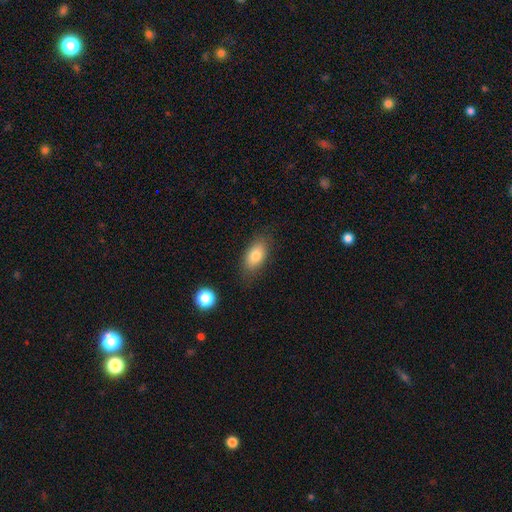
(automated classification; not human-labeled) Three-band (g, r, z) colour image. It shows a smooth galaxy with no disk features (79%) that is in between round and cigar-shaped (88%). Merging: none (79%).